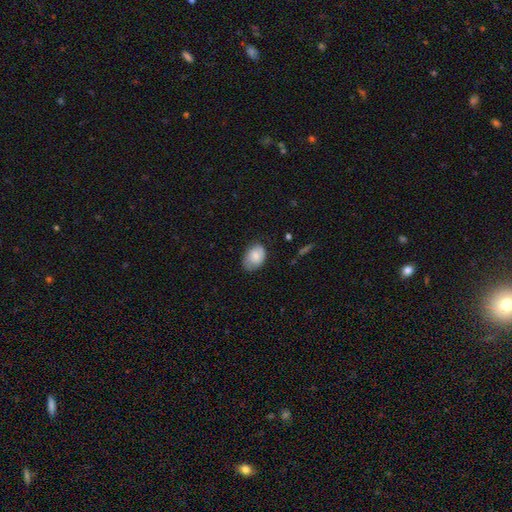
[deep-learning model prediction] Morphology: type=smooth (80%); roundness=in between (81%); merging=none (69%).